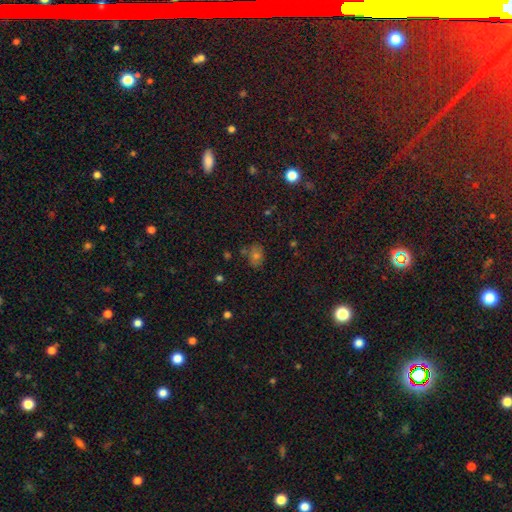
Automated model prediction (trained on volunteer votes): Smooth or featured? Predicted: smooth (p=0.58). How rounded? Predicted: in between (p=0.56). Merging? Predicted: none (p=0.72).